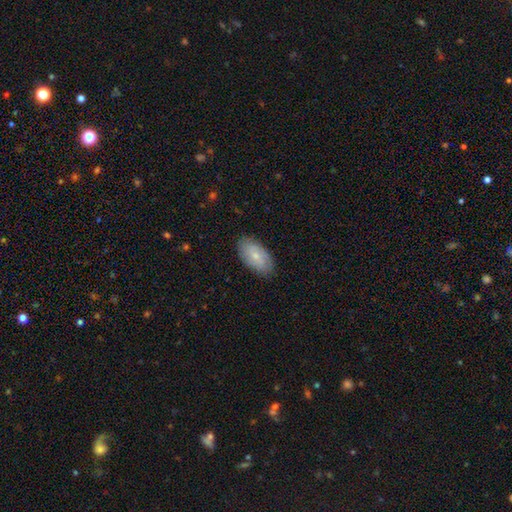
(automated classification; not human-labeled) Smooth or featured? Predicted: smooth (p=0.59). How rounded? Predicted: in between (p=0.94). Merging? Predicted: none (p=0.83).